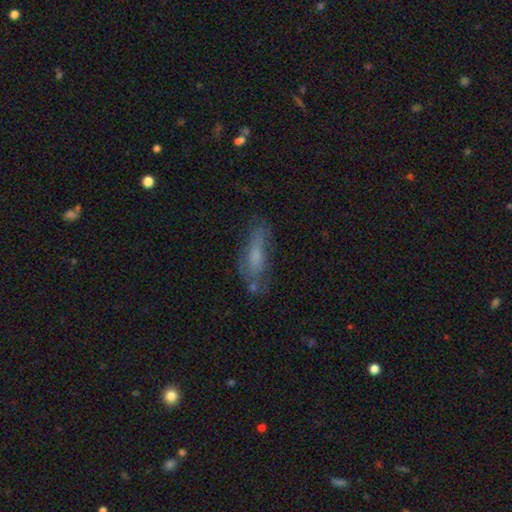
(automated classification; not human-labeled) A smooth galaxy with no disk features (55%) that is cigar-shaped (53%). Merging: none (58%).